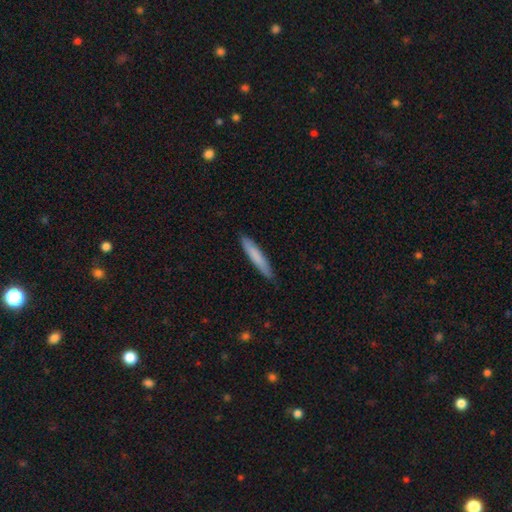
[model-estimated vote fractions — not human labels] This is likely a smooth galaxy (79%). How rounded: clearly cigar-shaped (93%). Merging: clearly none (86%).